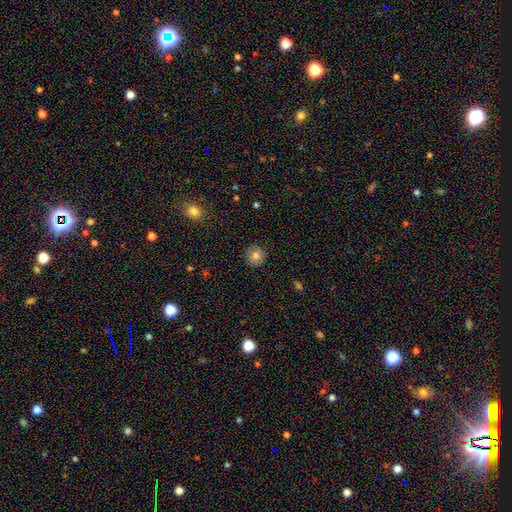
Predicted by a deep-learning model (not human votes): The model was most divided on "smooth or featured": smooth: 79%, featured or disk: 12%, star or artifact: 10%. More confident: how rounded — round (93%); merging — none (90%).